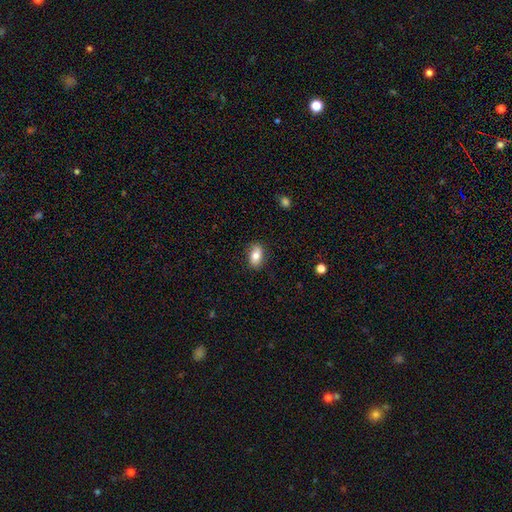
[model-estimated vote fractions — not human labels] This is likely a smooth galaxy (77%). How rounded: clearly in between (88%). Merging: clearly none (83%).